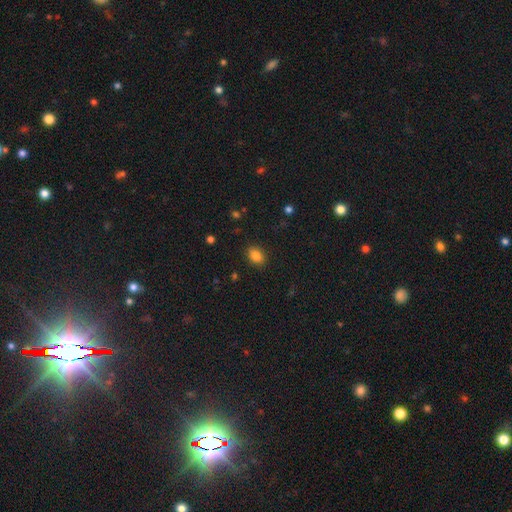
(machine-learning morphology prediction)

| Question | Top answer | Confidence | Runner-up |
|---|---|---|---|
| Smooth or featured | smooth | 84% | star or artifact (10%) |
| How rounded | in between | 76% | round (23%) |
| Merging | none | 87% | minor disturbance (9%) |